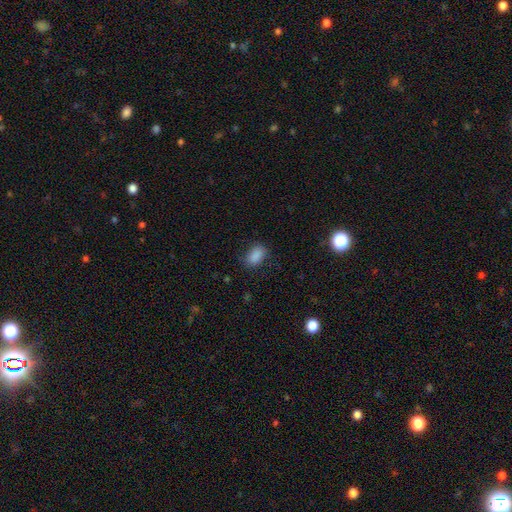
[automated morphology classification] type=smooth (87%); roundness=in between (89%); merging=none (80%).